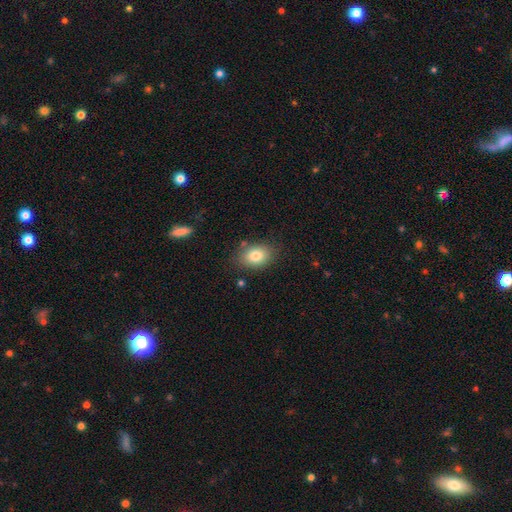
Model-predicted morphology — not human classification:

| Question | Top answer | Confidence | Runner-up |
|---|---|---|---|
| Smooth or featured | smooth | 82% | featured or disk (9%) |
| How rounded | in between | 77% | round (22%) |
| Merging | none | 80% | minor disturbance (13%) |